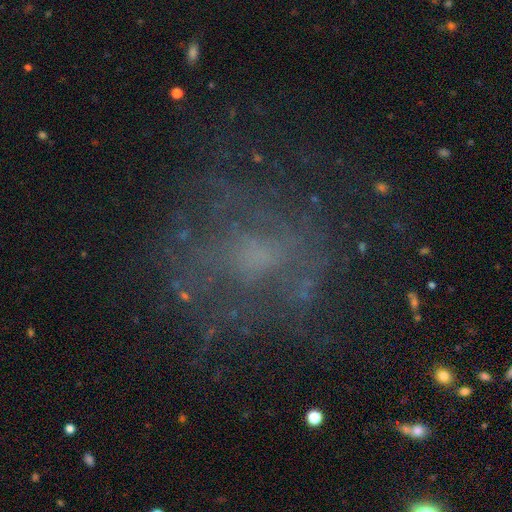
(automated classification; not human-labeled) smooth-or-featured: featured or disk: 45% | star or artifact: 29% | smooth: 26%
  merging: none: 65% | major disturbance: 17% | minor disturbance: 15% | merger: 2%